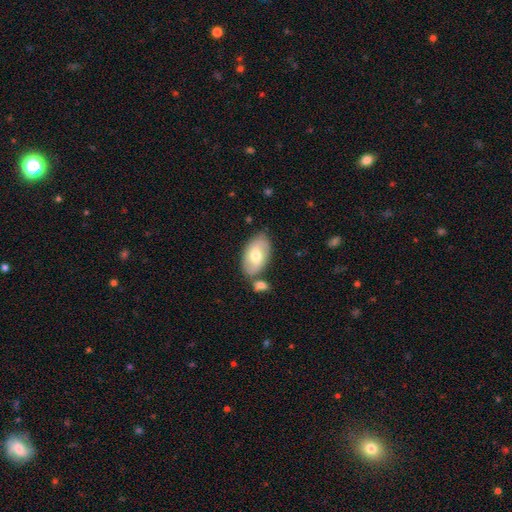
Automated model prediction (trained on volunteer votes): Smooth or featured? Predicted: smooth (p=0.60). How rounded? Predicted: in between (p=0.94). Merging? Predicted: none (p=0.66).